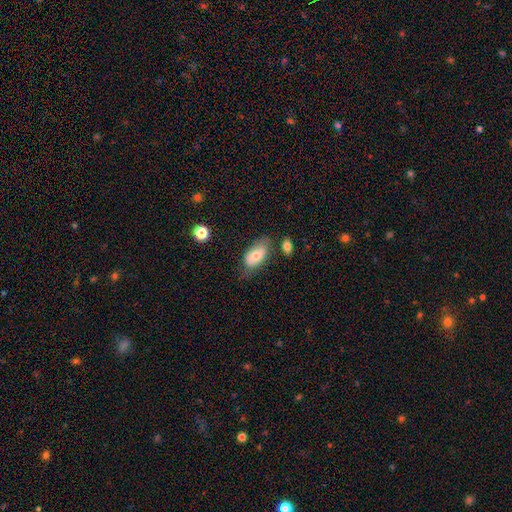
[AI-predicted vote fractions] Smooth or featured: smooth — 69% (featured or disk — 24%)
How rounded: in between — 92% (round — 5%)
Merging: none — 55% (minor disturbance — 28%)